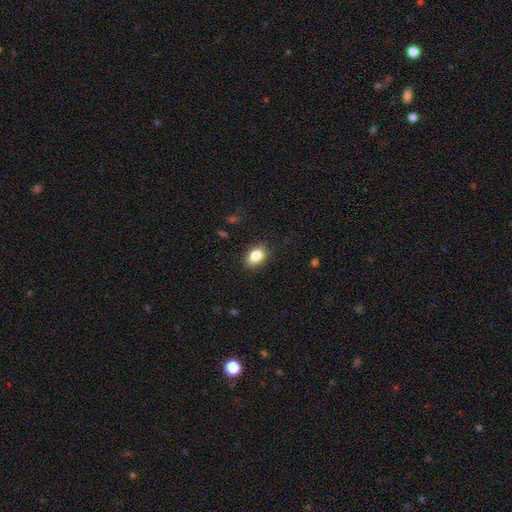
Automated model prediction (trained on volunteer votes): Q: Smooth or featured?
A: smooth (85%); runner-up: star or artifact (8%)
Q: How rounded?
A: in between (83%); runner-up: round (16%)
Q: Merging?
A: none (87%); runner-up: minor disturbance (10%)